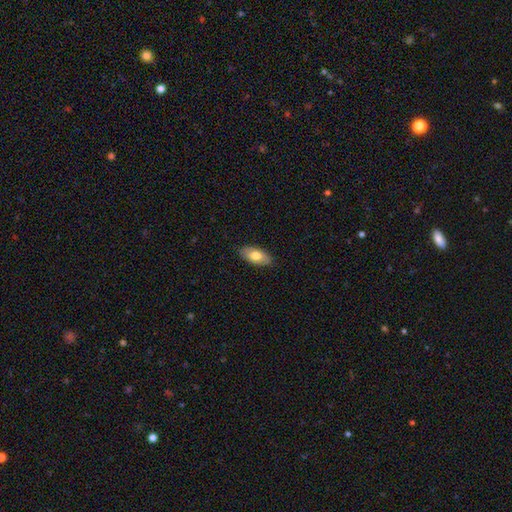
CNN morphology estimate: A smooth galaxy with no disk features (72%) that is in between round and cigar-shaped (92%). Merging: none (86%).